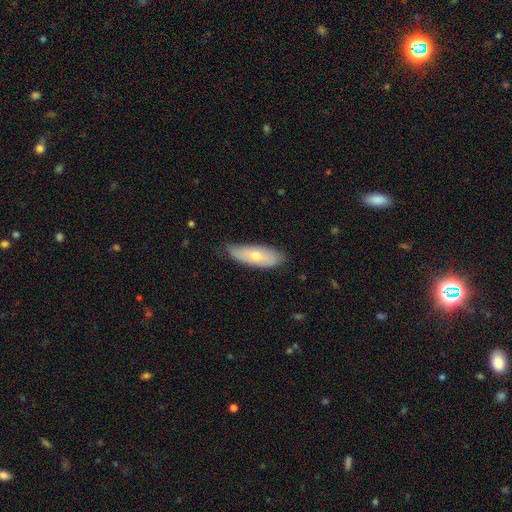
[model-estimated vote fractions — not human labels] This is likely a smooth galaxy (61%). How rounded: likely in between (68%). Merging: likely none (70%).